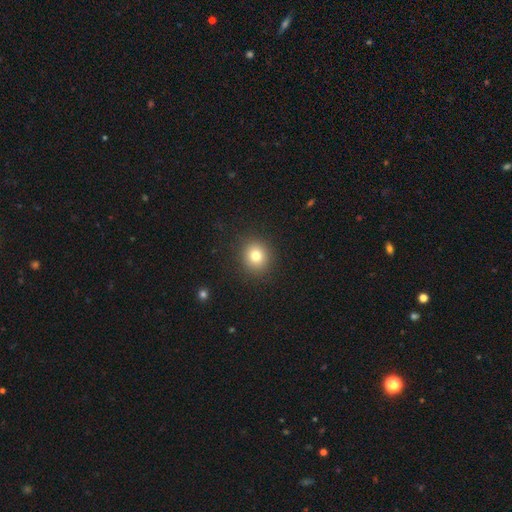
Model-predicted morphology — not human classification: type=smooth (79%); roundness=round (87%); merging=none (90%).